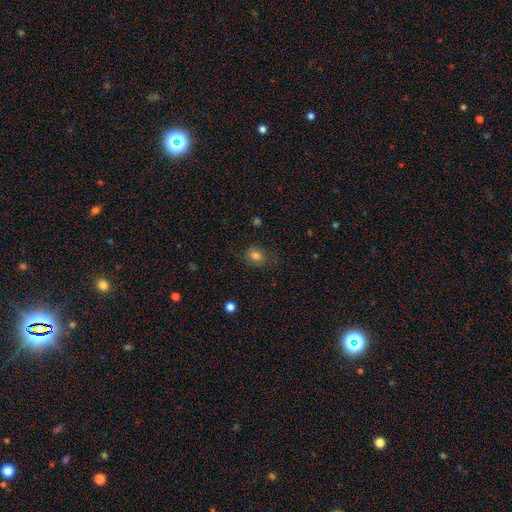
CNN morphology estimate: The model was most divided on "how rounded": round: 53%, in between: 46%, cigar-shaped: 1%. More confident: smooth or featured — smooth (79%); merging — none (74%).